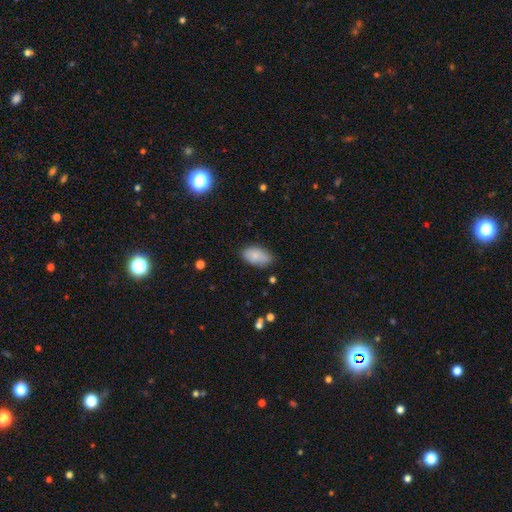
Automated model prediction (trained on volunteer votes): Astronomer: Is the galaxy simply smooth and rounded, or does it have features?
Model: smooth — 82%.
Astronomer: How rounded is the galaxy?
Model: in between — 94%.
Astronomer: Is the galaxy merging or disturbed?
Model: none — 80%.